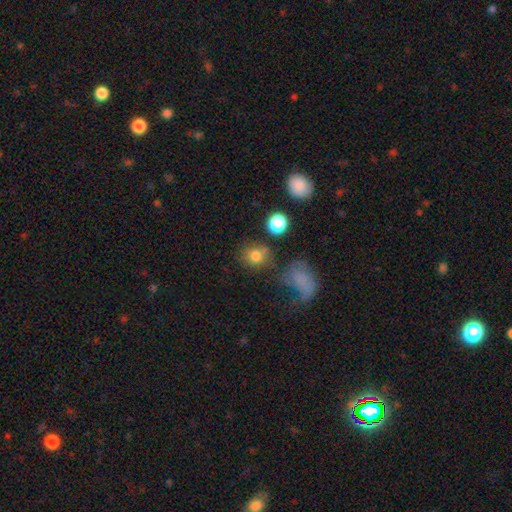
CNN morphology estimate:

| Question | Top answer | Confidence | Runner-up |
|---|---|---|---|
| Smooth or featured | smooth | 77% | star or artifact (14%) |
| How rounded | round | 74% | in between (25%) |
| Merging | none | 61% | merger (15%) |